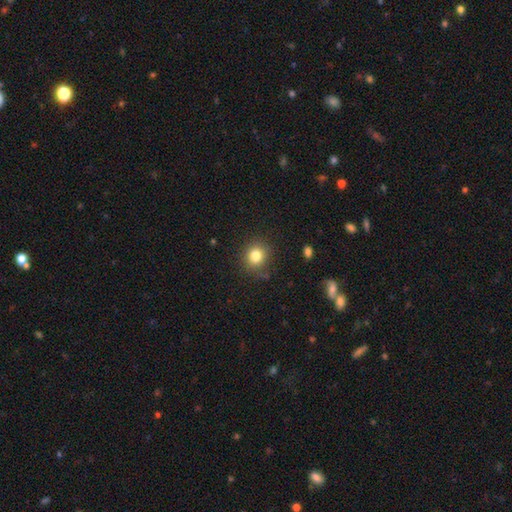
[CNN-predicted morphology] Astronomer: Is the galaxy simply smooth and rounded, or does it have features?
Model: smooth — 81%.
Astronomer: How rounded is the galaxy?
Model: round — 83%.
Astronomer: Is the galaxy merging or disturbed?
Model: none — 85%.